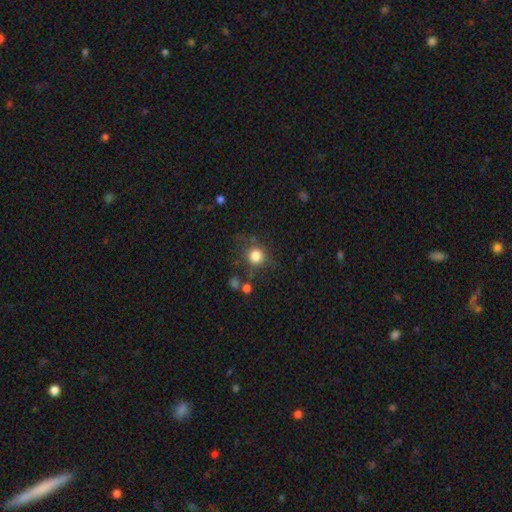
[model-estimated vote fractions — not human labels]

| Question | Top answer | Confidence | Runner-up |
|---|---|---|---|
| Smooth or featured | smooth | 82% | star or artifact (12%) |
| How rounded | round | 89% | in between (10%) |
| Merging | none | 72% | minor disturbance (15%) |